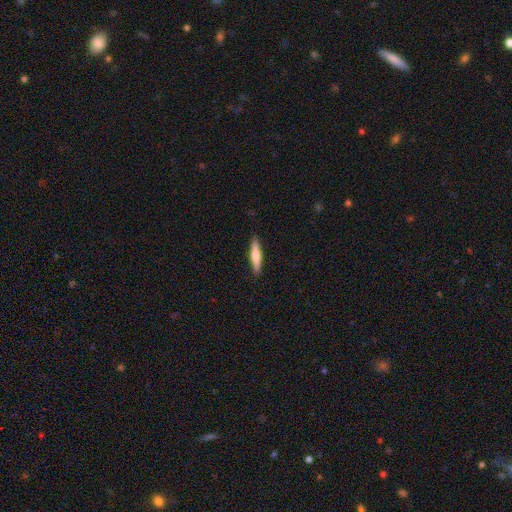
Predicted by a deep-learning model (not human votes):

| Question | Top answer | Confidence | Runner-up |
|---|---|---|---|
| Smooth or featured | smooth | 61% | featured or disk (34%) |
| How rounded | cigar-shaped | 85% | in between (13%) |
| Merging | none | 90% | minor disturbance (8%) |